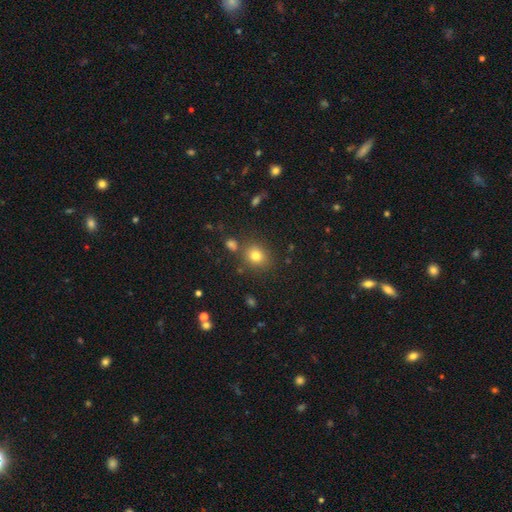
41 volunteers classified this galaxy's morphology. This appears to be a smooth galaxy with no disk features (80%) that is round (67%). Merging: none (75%).